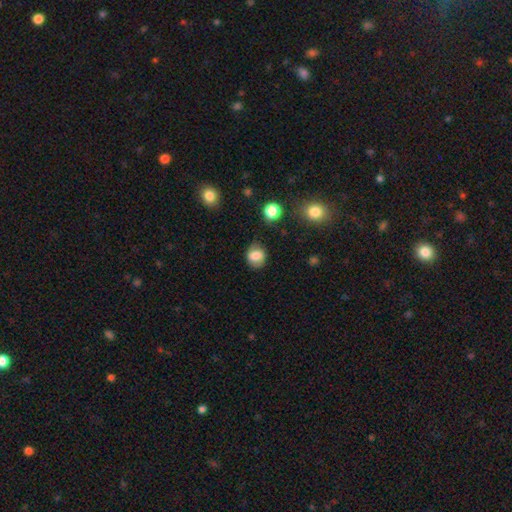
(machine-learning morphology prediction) A smooth galaxy with no disk features (75%) that is round (61%). Merging: none (74%).